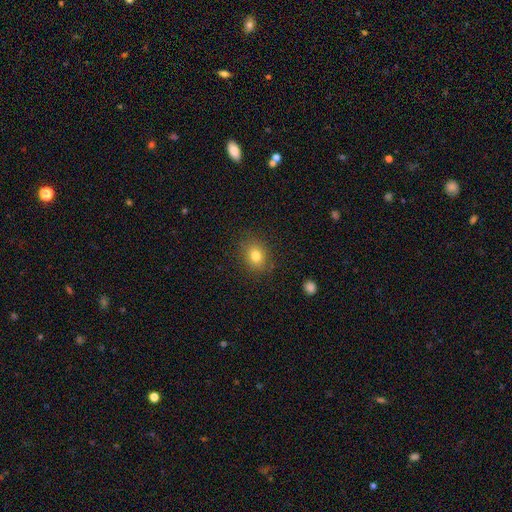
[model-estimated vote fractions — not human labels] A smooth galaxy with no disk features (80%) that is round (53%). Merging: none (86%).